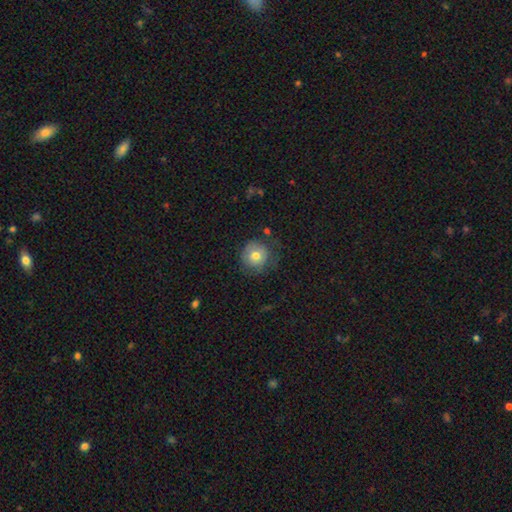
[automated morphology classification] smooth 66%, featured or disk 25%, star or artifact 9%. Down the decision tree: how rounded — round (91%); merging — none (64%).